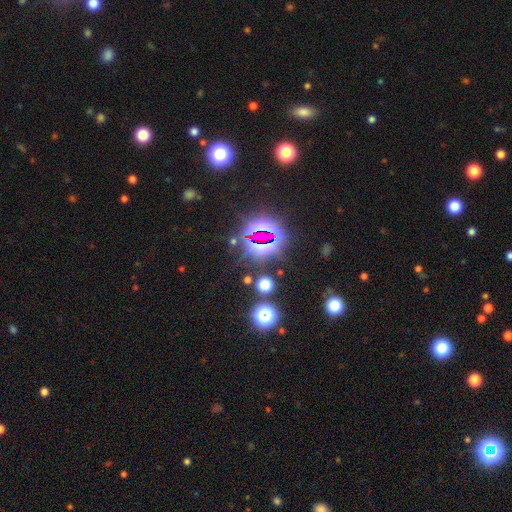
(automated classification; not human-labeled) Smooth or featured?
  - star or artifact: 82% *
  - smooth: 11%
  - featured or disk: 7%